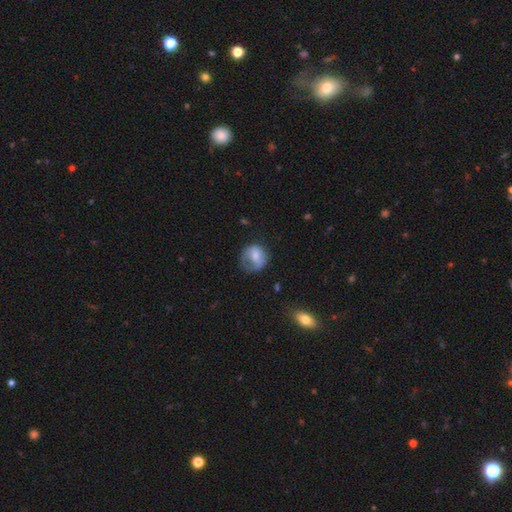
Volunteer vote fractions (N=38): This appears to be a smooth galaxy with no disk features (76%) that is round (72%). Merging: minor disturbance (42%).